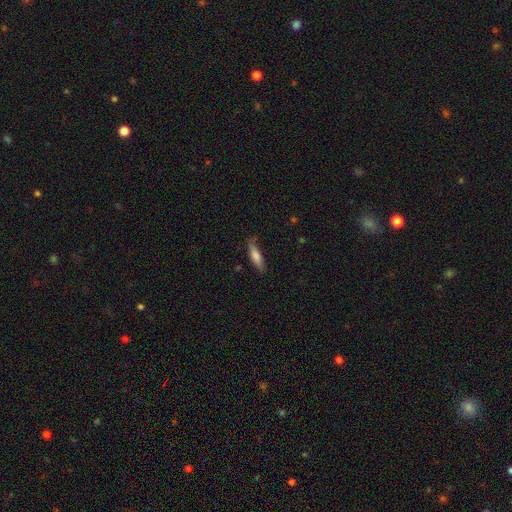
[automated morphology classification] This appears to be a smooth galaxy with no disk features (72%) that is cigar-shaped (69%). Merging: none (71%).